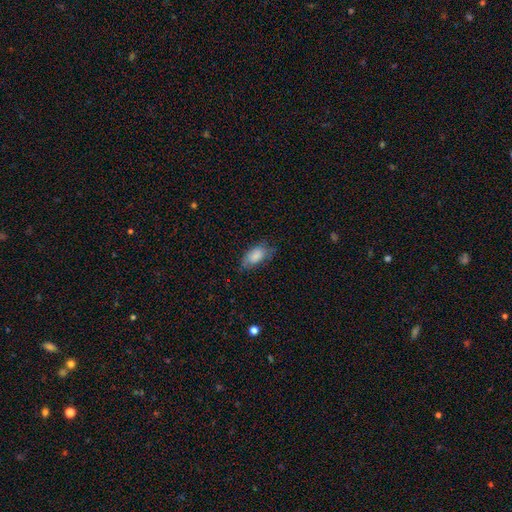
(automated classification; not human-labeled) Smooth or featured?
  - smooth: 82% *
  - featured or disk: 11%
  - star or artifact: 7%
How rounded?
  - in between: 92% *
  - cigar-shaped: 4%
  - round: 4%
Merging?
  - none: 61% *
  - minor disturbance: 29%
  - major disturbance: 9%
  - merger: 1%